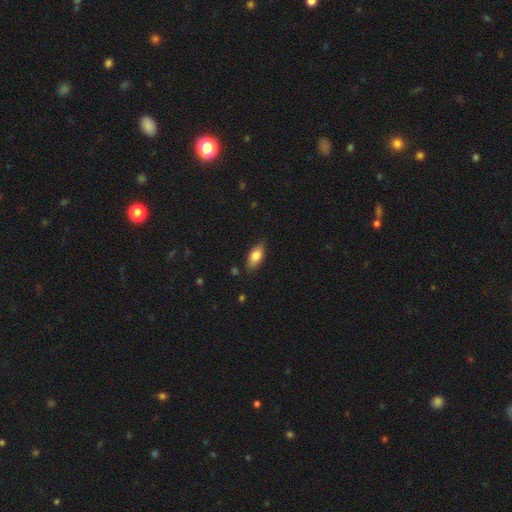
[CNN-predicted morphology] The model was most divided on "merging": none: 80%, minor disturbance: 15%, major disturbance: 3%, merger: 1%. More confident: how rounded — in between (88%); smooth or featured — smooth (81%).